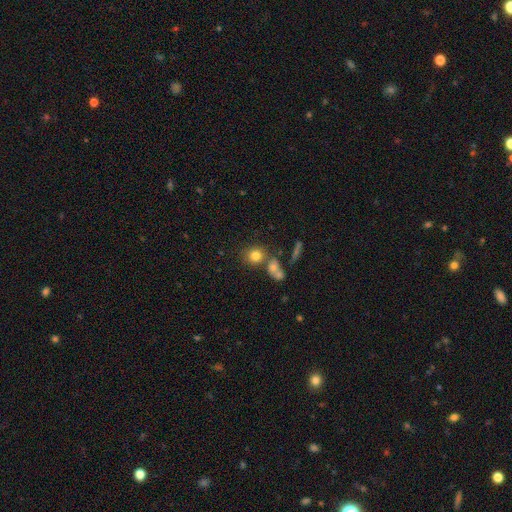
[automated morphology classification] smooth 78%, star or artifact 12%, featured or disk 10%. Down the decision tree: how rounded — round (81%); merging — none (61%).